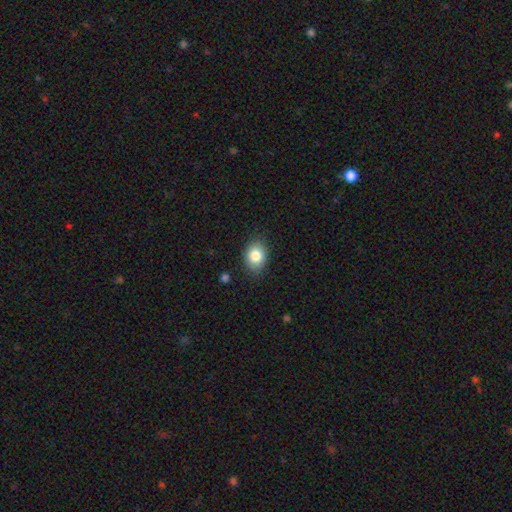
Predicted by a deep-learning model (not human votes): Morphology: type=smooth (83%); roundness=in between (63%); merging=none (83%).